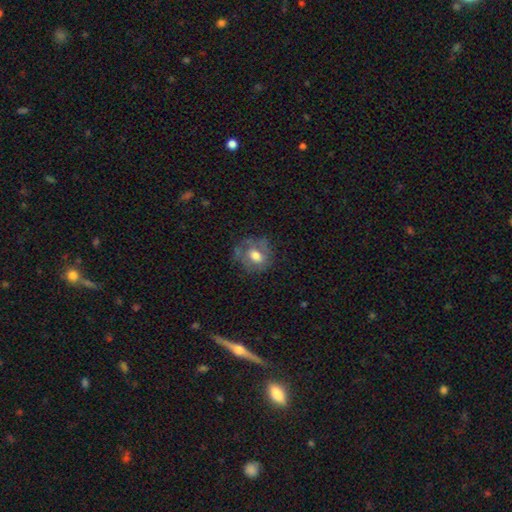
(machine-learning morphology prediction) Overall: smooth (57%; featured or disk 34%). How rounded: round (61%; in between 38%). Merging: none (59%; minor disturbance 25%).